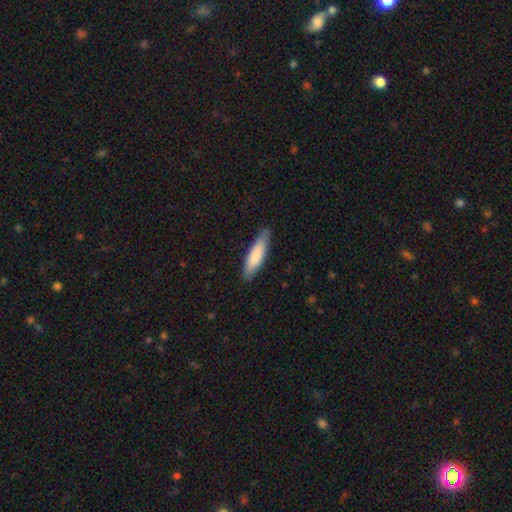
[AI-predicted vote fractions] A smooth galaxy with no disk features (81%) that is cigar-shaped (71%).

Vote fractions:
- Smooth or featured? smooth: 81% / featured or disk: 14% / star or artifact: 5%
- How rounded? cigar-shaped: 71% / in between: 28% / round: 1%
- Merging? none: 86% / minor disturbance: 11% / major disturbance: 2% / merger: 1%